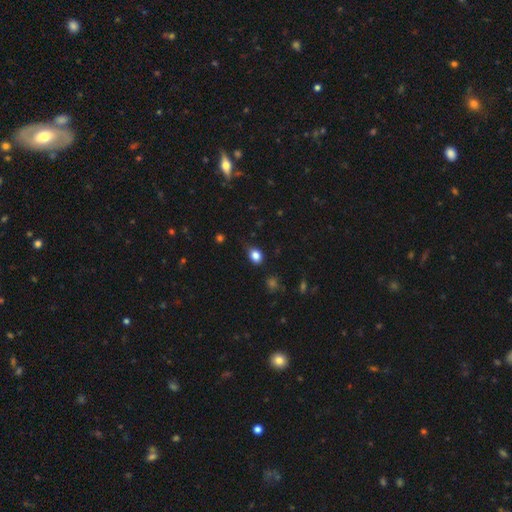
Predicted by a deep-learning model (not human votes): This is clearly a smooth galaxy (84%). How rounded: possibly in between (59%). Merging: likely none (72%).